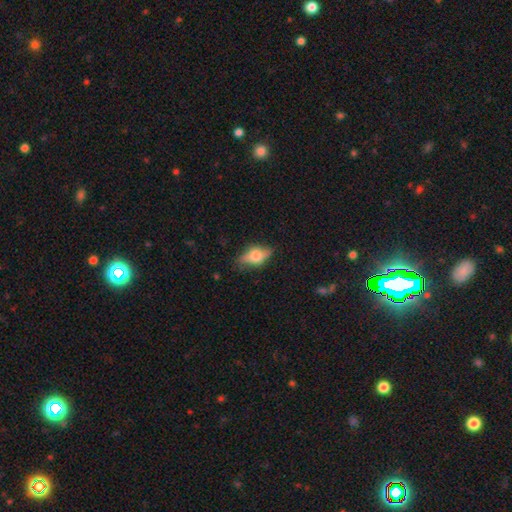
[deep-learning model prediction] Smooth or featured? smooth (57%)
How rounded? in between (82%)
Merging? none (74%)